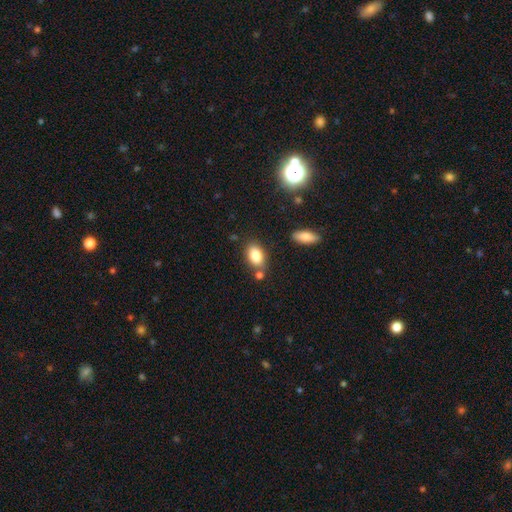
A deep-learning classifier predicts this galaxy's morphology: This appears to be a smooth galaxy with no disk features (83%) that is in between round and cigar-shaped (88%). Merging: none (73%).